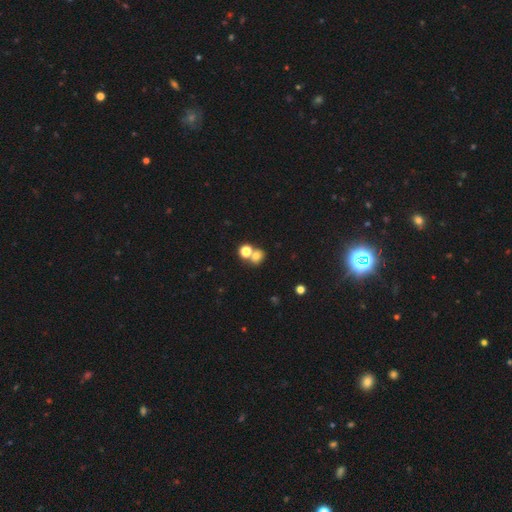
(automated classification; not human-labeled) This appears to be a smooth galaxy with no disk features (73%) that is round (67%). Merging: none (48%).